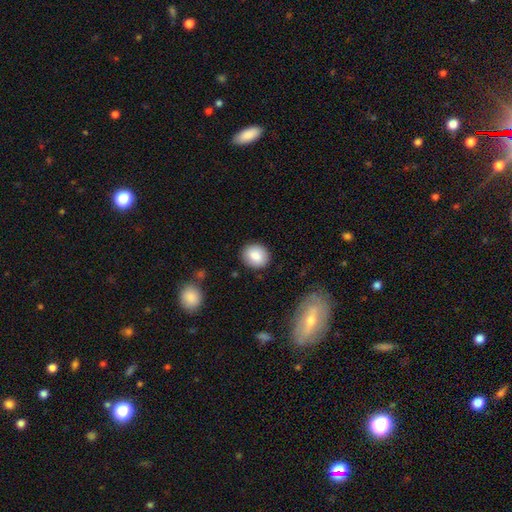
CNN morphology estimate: A smooth galaxy with no disk features (85%) that is round (69%). Merging: none (87%).